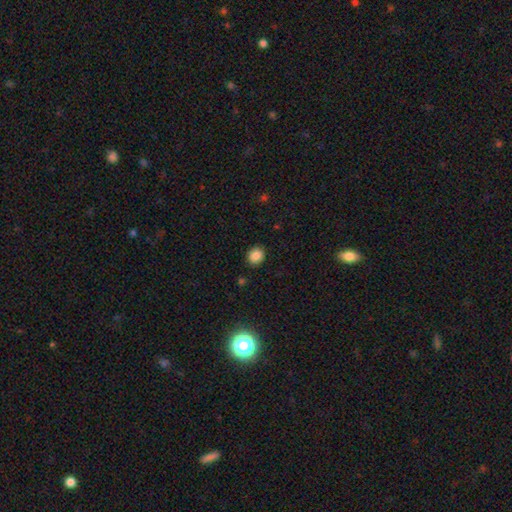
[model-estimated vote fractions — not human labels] This appears to be a smooth galaxy with no disk features (86%) that is round (70%). Merging: none (89%).